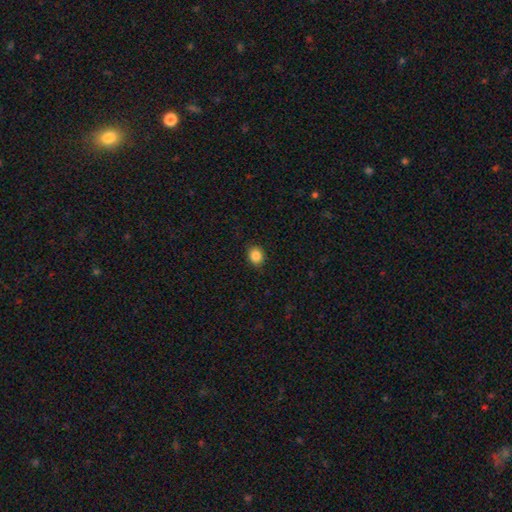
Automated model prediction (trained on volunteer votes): A smooth galaxy with no disk features (87%) that is round (66%).

Vote fractions:
- Smooth or featured? smooth: 87% / star or artifact: 10% / featured or disk: 4%
- How rounded? round: 66% / in between: 33% / cigar-shaped: 1%
- Merging? none: 89% / minor disturbance: 8% / major disturbance: 2% / merger: 1%